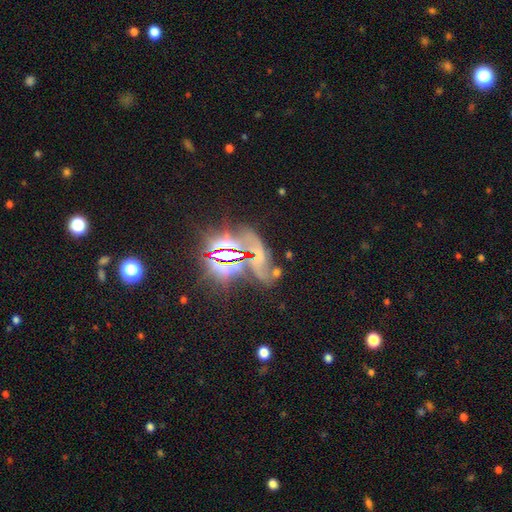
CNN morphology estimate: A star or artifact, not a galaxy (45%).